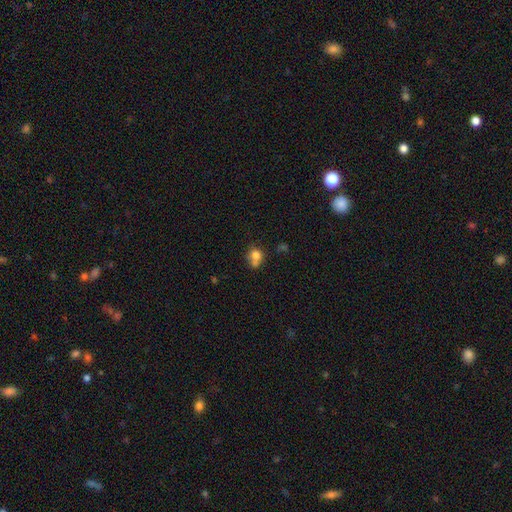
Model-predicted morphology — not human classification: Smooth or featured? smooth (73%)
How rounded? round (67%)
Merging? none (41%)